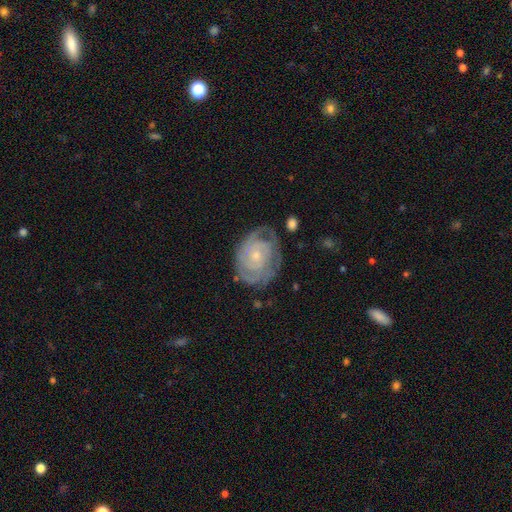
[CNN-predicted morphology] type=featured or disk (84%); edge-on=no (97%); bar=no (75%); spiral arms=yes (95%); winding=tight (75%); arm count=2 (32%); bulge=small (71%); merging=none (70%).